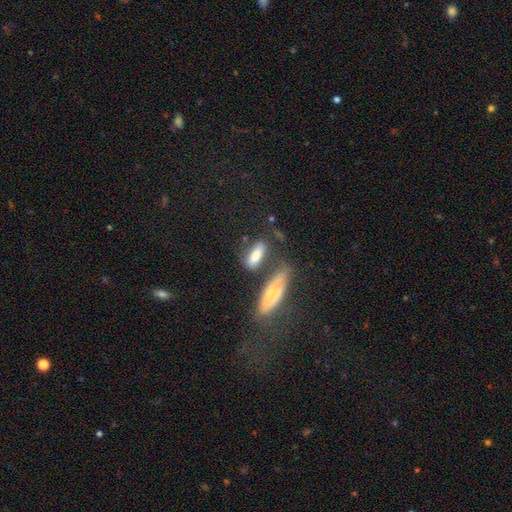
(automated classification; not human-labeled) The model was most divided on "merging": none: 55%, minor disturbance: 20%, merger: 16%, major disturbance: 9%. More confident: smooth or featured — smooth (76%); how rounded — in between (69%).